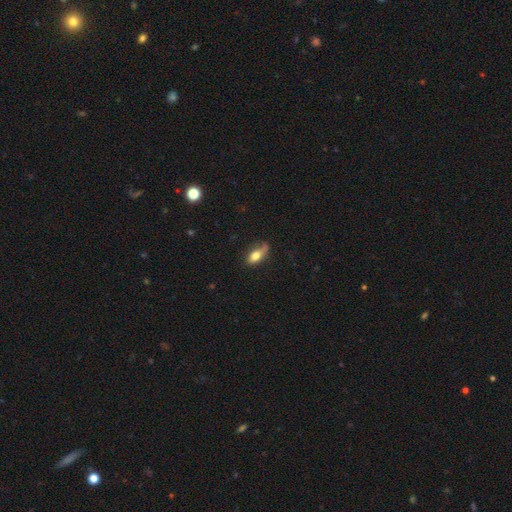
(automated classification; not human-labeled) A smooth galaxy with no disk features (72%) that is in between round and cigar-shaped (80%). Merging: none (48%).